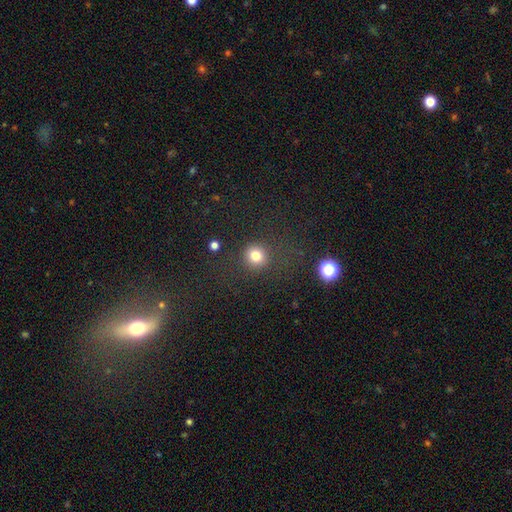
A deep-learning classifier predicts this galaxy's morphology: Smooth or featured? Predicted: smooth (p=0.79). How rounded? Predicted: round (p=0.90). Merging? Predicted: none (p=0.83).